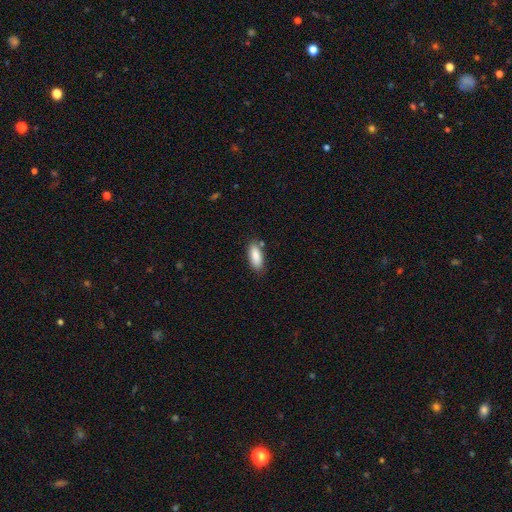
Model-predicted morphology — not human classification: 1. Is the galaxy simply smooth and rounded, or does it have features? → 87% smooth, 7% featured or disk, 6% star or artifact.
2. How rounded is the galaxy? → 77% in between, 21% cigar-shaped, 2% round.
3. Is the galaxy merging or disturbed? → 80% none, 14% minor disturbance, 4% merger, 3% major disturbance.